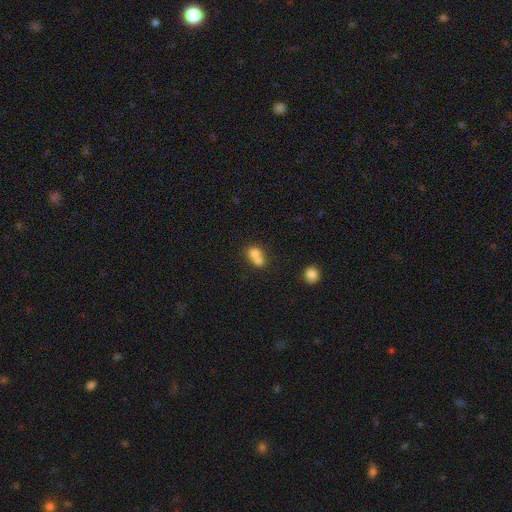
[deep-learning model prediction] smooth_or_featured: smooth (p=0.72) [alt: featured or disk p=0.17]
how_rounded: round (p=0.65) [alt: in between p=0.34]
merging: merger (p=0.67) [alt: none p=0.24]